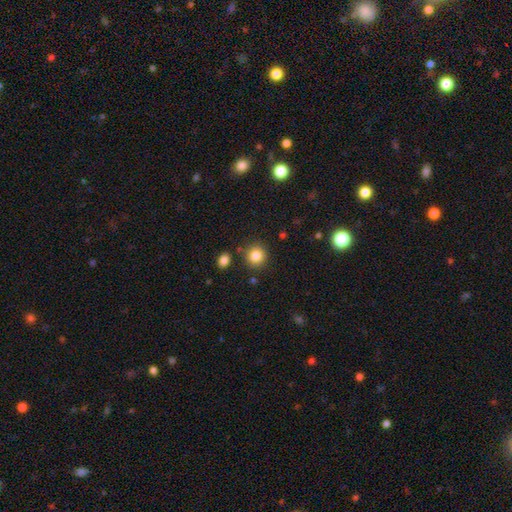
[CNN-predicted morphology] smooth-or-featured: smooth: 84% | star or artifact: 10% | featured or disk: 6%
  how-rounded: round: 90% | in between: 10% | cigar-shaped: 1%
  merging: none: 85% | minor disturbance: 8% | merger: 5% | major disturbance: 3%